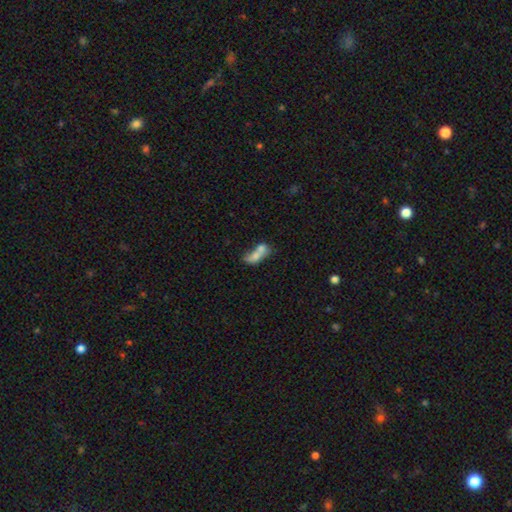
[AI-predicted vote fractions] Smooth or featured: smooth — 64% (featured or disk — 26%)
How rounded: in between — 71% (cigar-shaped — 14%)
Merging: merger — 66% (none — 18%)